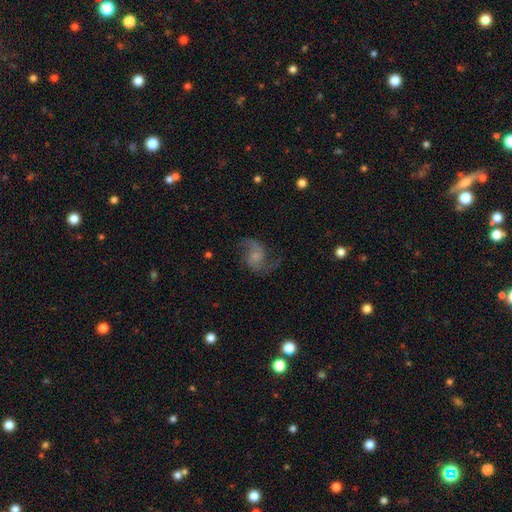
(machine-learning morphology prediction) The model was most divided on "bulge size": small: 41%, none: 32%, moderate: 20%, large: 5%, dominant: 2%. More confident: edge-on disk — no (98%); spiral arms — yes (95%); spiral arm count — 2 (91%); smooth or featured — featured or disk (80%); merging — none (67%); spiral winding — loose (62%); bar — no (57%).